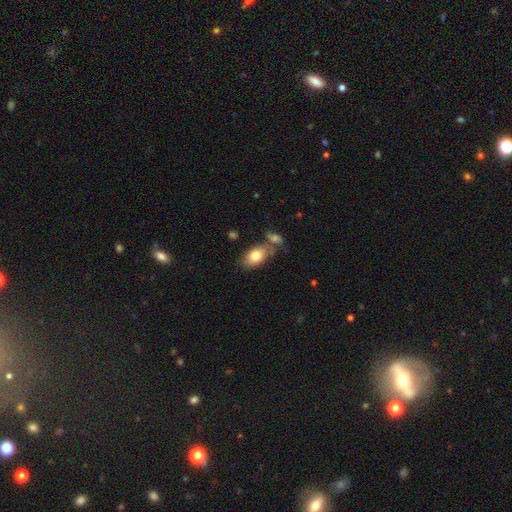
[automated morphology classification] Smooth or featured? smooth (79%)
How rounded? in between (90%)
Merging? none (61%)